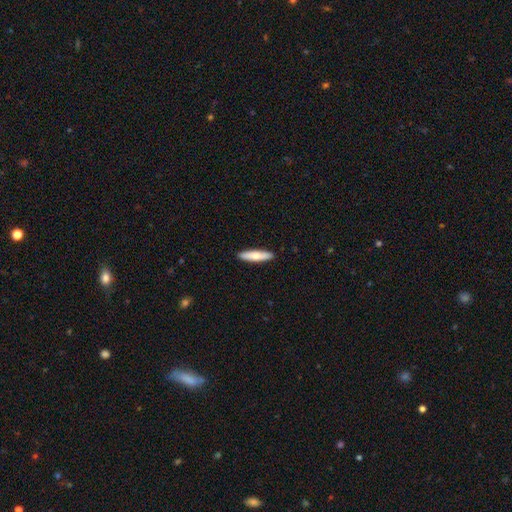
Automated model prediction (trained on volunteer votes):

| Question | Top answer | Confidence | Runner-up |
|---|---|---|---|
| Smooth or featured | smooth | 70% | featured or disk (25%) |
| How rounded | cigar-shaped | 81% | in between (18%) |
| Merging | none | 91% | minor disturbance (6%) |